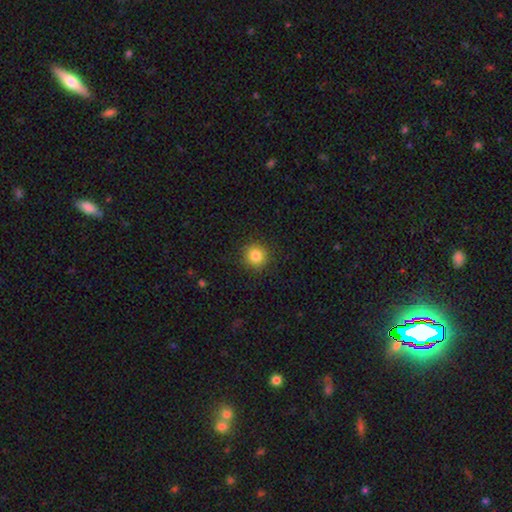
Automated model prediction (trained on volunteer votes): A smooth galaxy with no disk features (83%) that is round (93%). Merging: none (90%).